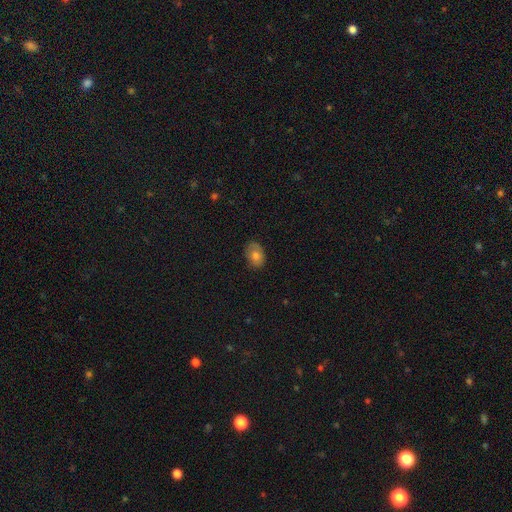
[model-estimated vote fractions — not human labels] Overall: smooth (74%). How rounded: in between (78%). Merging: none (76%).